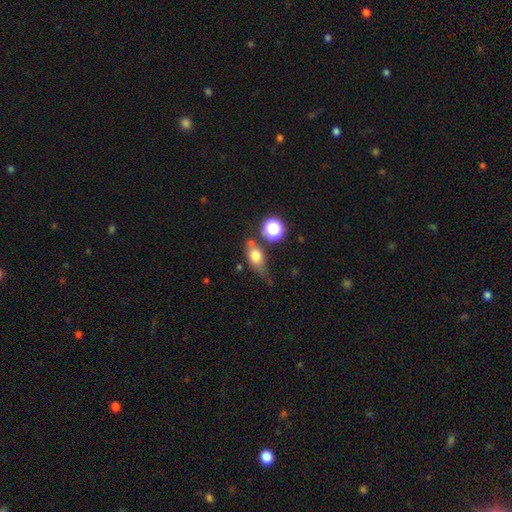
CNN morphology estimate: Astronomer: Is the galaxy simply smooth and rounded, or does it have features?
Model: smooth — 67%.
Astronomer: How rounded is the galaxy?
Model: in between — 59%.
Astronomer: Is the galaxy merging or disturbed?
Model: none — 45% (runner-up: minor disturbance, 26%).